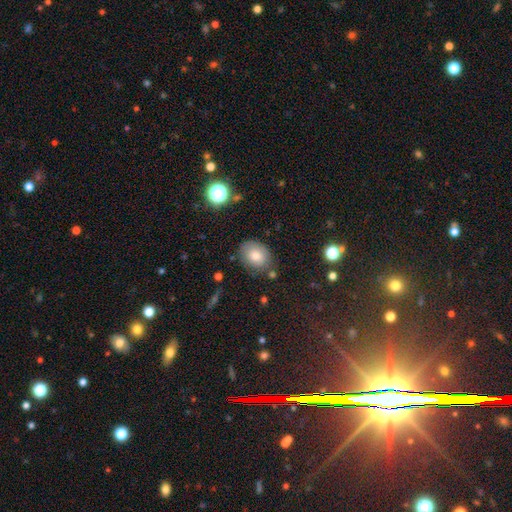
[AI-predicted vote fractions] Smooth or featured?
  - smooth: 75% *
  - featured or disk: 15%
  - star or artifact: 10%
How rounded?
  - in between: 66% *
  - round: 33%
  - cigar-shaped: 1%
Merging?
  - none: 74% *
  - minor disturbance: 18%
  - major disturbance: 5%
  - merger: 4%